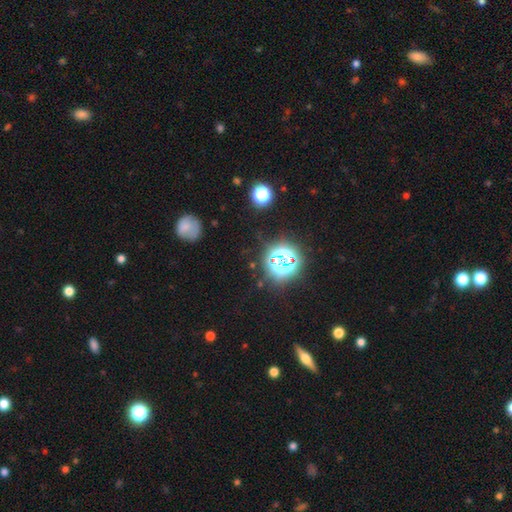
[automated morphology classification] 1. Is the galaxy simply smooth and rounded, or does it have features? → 77% star or artifact, 15% smooth, 7% featured or disk.